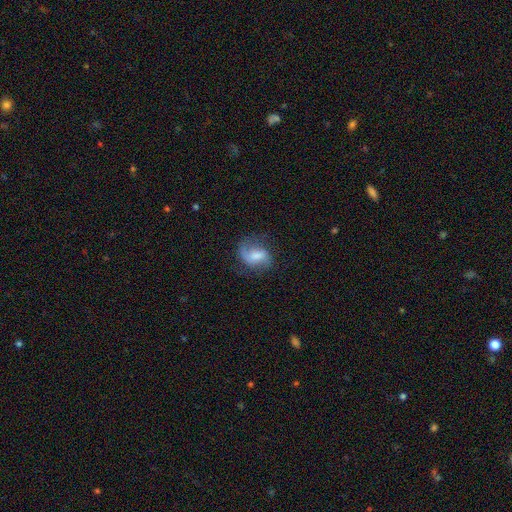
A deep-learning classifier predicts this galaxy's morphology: This appears to be a featured or disk galaxy (62%) with a weak bar (50%), 2 (71%) loose (46%) spiral arms (91%) and a moderate central bulge (40%). Merging: none (61%).